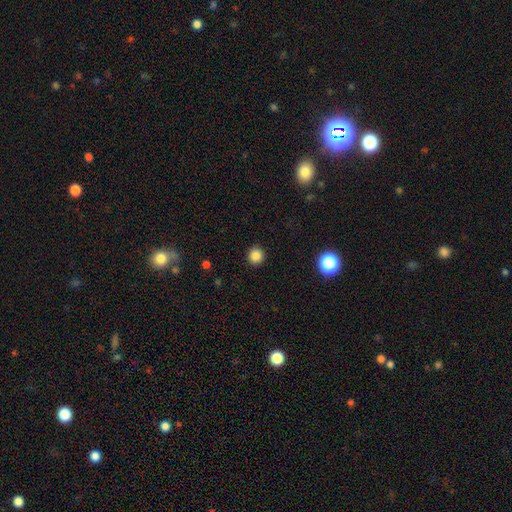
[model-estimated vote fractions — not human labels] Smooth or featured: smooth — 84% (star or artifact — 12%)
How rounded: round — 93% (in between — 6%)
Merging: none — 92% (minor disturbance — 5%)